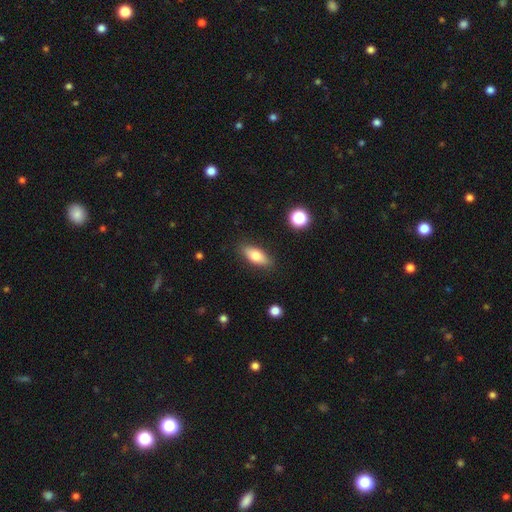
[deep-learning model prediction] Smooth or featured: smooth — 74% (featured or disk — 19%)
How rounded: in between — 78% (cigar-shaped — 18%)
Merging: none — 86% (minor disturbance — 10%)